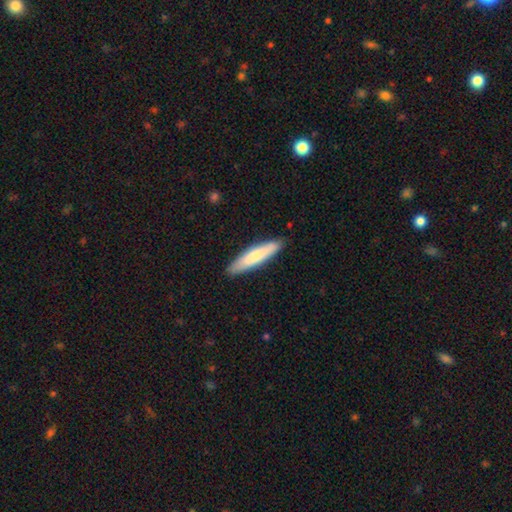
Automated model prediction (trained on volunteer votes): Q: Smooth or featured?
A: smooth (73%); runner-up: featured or disk (22%)
Q: How rounded?
A: cigar-shaped (84%); runner-up: in between (15%)
Q: Merging?
A: none (89%); runner-up: minor disturbance (9%)